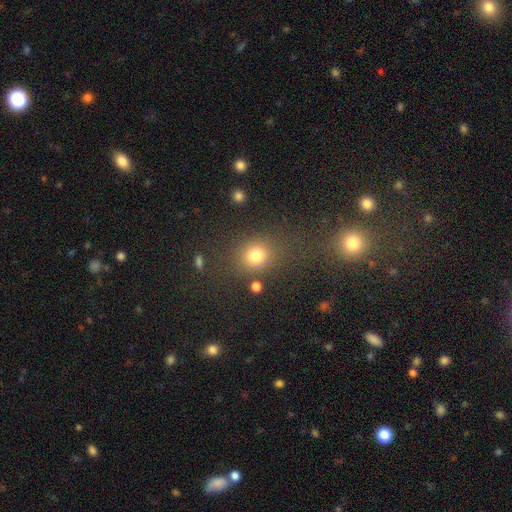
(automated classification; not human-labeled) Smooth or featured: smooth — 77% (star or artifact — 15%)
How rounded: round — 69% (in between — 29%)
Merging: none — 71% (minor disturbance — 12%)